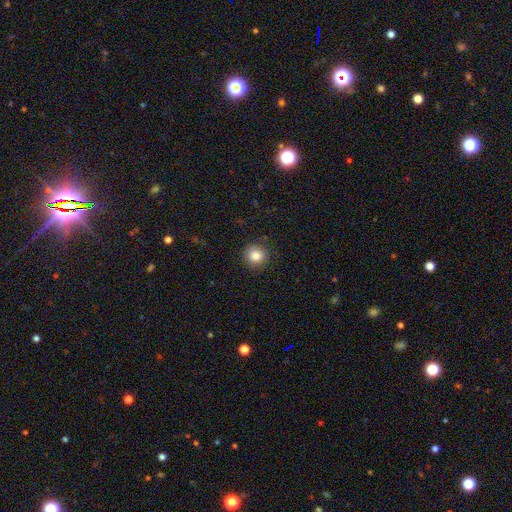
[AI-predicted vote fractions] smooth-or-featured: smooth: 84% | star or artifact: 10% | featured or disk: 6%
  how-rounded: round: 92% | in between: 7% | cigar-shaped: 1%
  merging: none: 89% | minor disturbance: 8% | major disturbance: 2% | merger: 1%